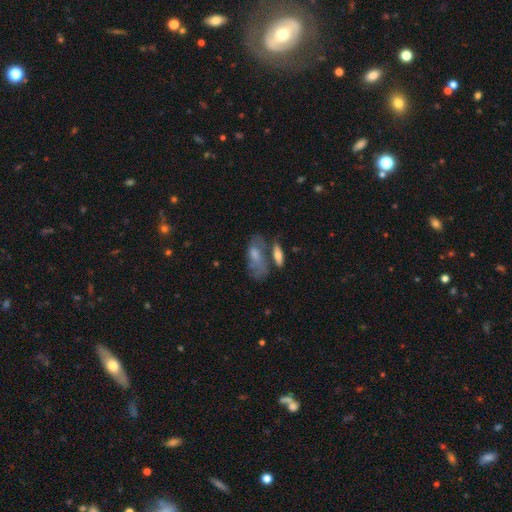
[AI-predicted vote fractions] A smooth galaxy with no disk features (59%) that is in between round and cigar-shaped (78%). Merging: none (34%).